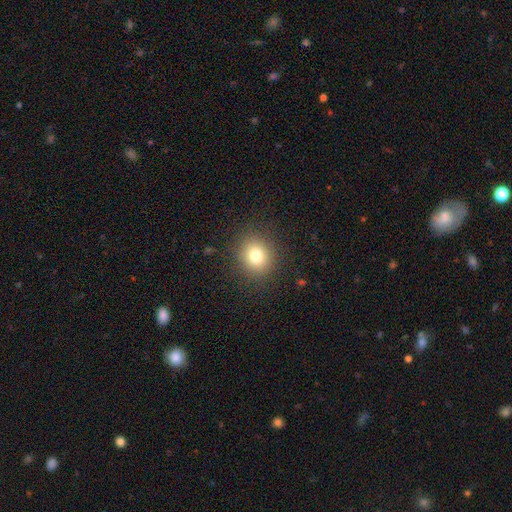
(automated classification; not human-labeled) smooth-or-featured: smooth: 79% | star or artifact: 12% | featured or disk: 9%
  how-rounded: round: 76% | in between: 23% | cigar-shaped: 1%
  merging: none: 88% | minor disturbance: 8% | major disturbance: 3% | merger: 1%